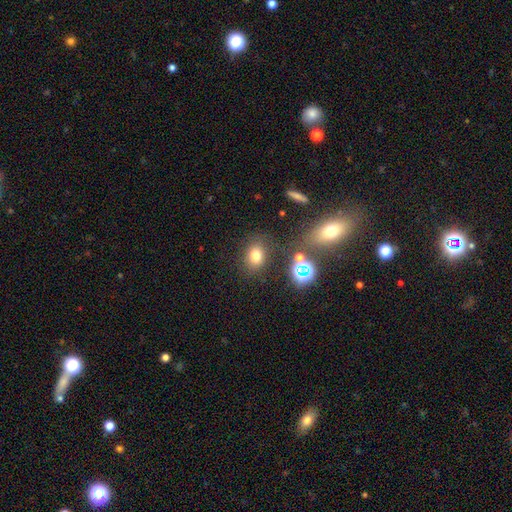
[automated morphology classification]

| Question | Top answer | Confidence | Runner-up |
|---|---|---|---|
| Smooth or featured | smooth | 73% | star or artifact (19%) |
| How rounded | in between | 49% | tied: round (49%) |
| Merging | none | 77% | minor disturbance (12%) |